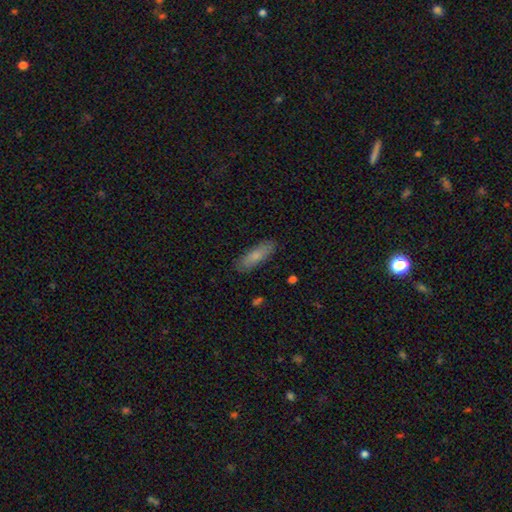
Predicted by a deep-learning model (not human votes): The model was most divided on "how rounded": in between: 51%, cigar-shaped: 47%, round: 2%. More confident: merging — none (85%); smooth or featured — smooth (77%).